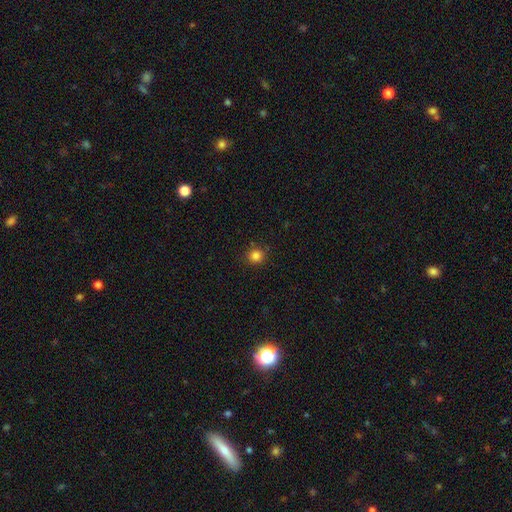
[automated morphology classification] smooth 83%, star or artifact 13%, featured or disk 4%. Down the decision tree: how rounded — round (90%); merging — none (86%).